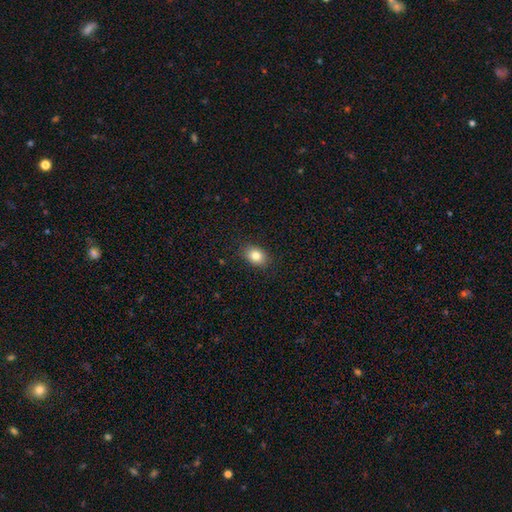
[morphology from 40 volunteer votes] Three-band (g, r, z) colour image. It shows a smooth galaxy with no disk features (75%) that is in between round and cigar-shaped (57%). Merging: none (94%).